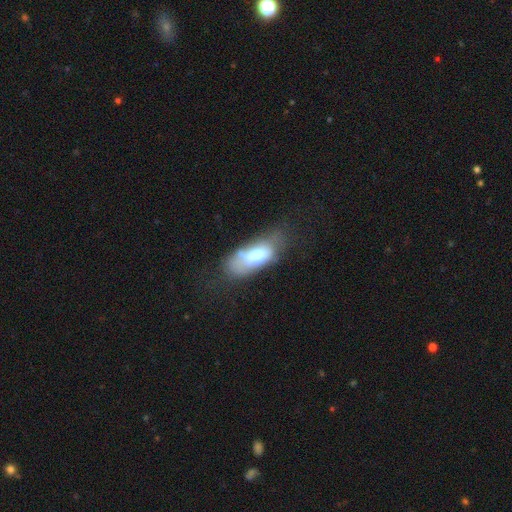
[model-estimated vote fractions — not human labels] Smooth or featured? Predicted: smooth (p=0.66). How rounded? Predicted: in between (p=0.85). Merging? Predicted: none (p=0.32).